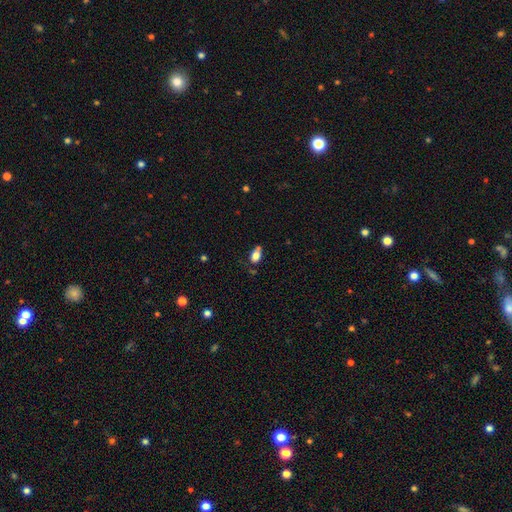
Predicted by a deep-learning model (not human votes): Morphology: type=smooth (81%); roundness=in between (86%); merging=none (60%).